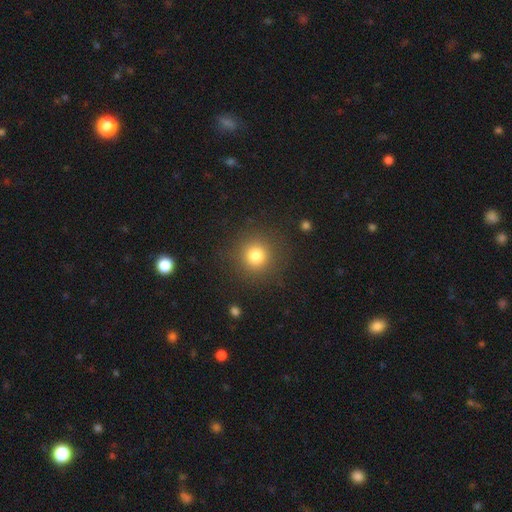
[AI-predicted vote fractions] A smooth galaxy with no disk features (79%) that is round (94%).

Vote fractions:
- Smooth or featured? smooth: 79% / star or artifact: 14% / featured or disk: 7%
- How rounded? round: 94% / in between: 5% / cigar-shaped: 1%
- Merging? none: 89% / minor disturbance: 6% / major disturbance: 3% / merger: 1%